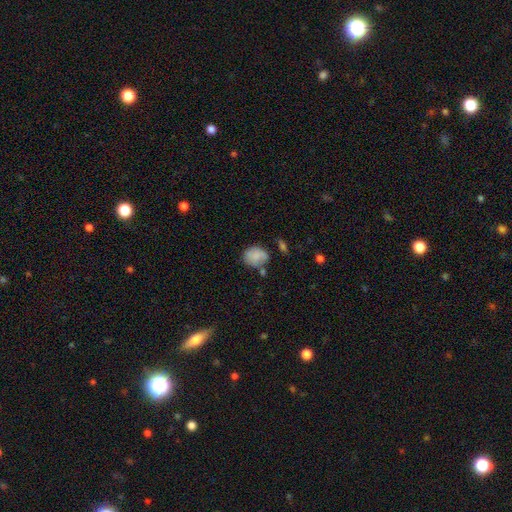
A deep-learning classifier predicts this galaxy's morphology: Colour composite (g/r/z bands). It shows a smooth galaxy with no disk features (79%) that is round (54%). Merging: none (52%).